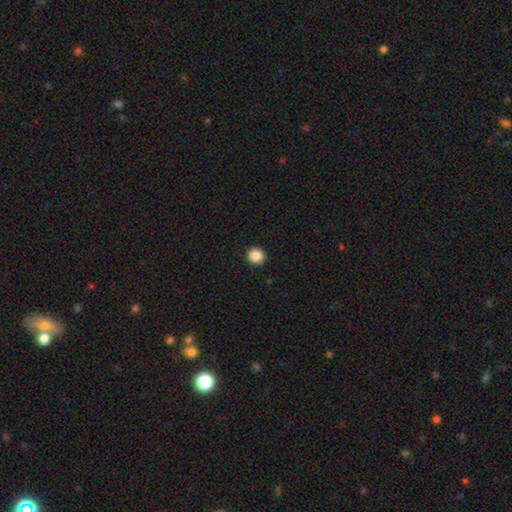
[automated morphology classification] The model was most divided on "smooth or featured": smooth: 88%, star or artifact: 9%, featured or disk: 3%. More confident: merging — none (93%); how rounded — round (93%).